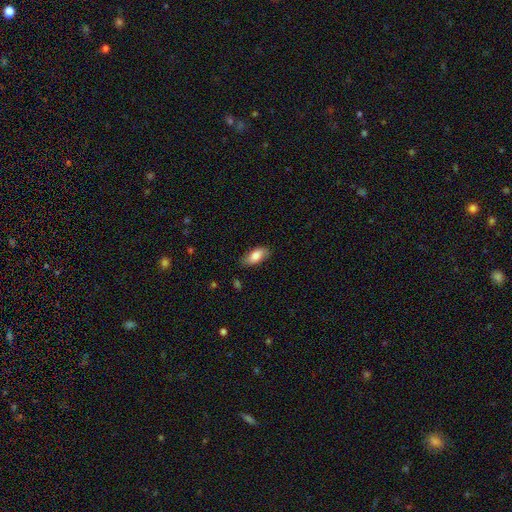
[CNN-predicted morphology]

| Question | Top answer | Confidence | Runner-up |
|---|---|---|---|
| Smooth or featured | smooth | 80% | featured or disk (14%) |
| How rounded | in between | 88% | cigar-shaped (9%) |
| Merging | none | 81% | minor disturbance (15%) |